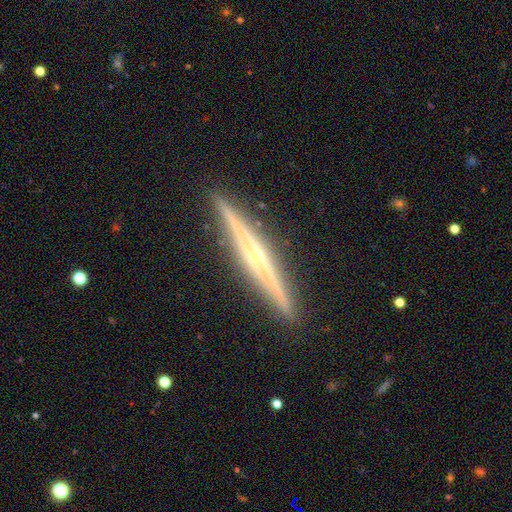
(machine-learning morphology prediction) smooth_or_featured: featured or disk (p=0.82) [alt: smooth p=0.12]
disk_edge_on: yes (p=0.98) [alt: no p=0.02]
edge_on_bulge: rounded (p=0.59) [alt: none p=0.27]
merging: none (p=0.91) [alt: minor disturbance p=0.06]